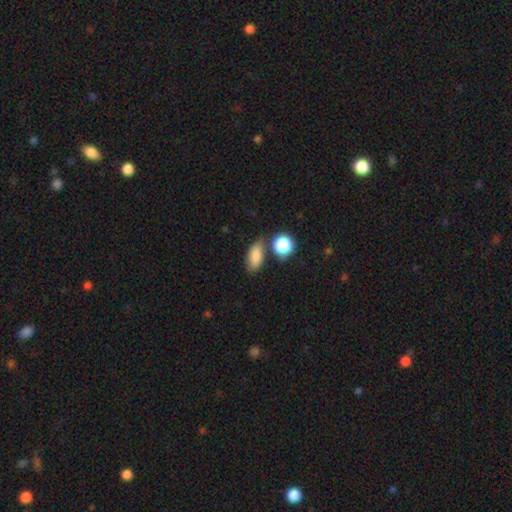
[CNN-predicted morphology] This appears to be a smooth galaxy with no disk features (81%) that is in between round and cigar-shaped (84%). Merging: none (66%).